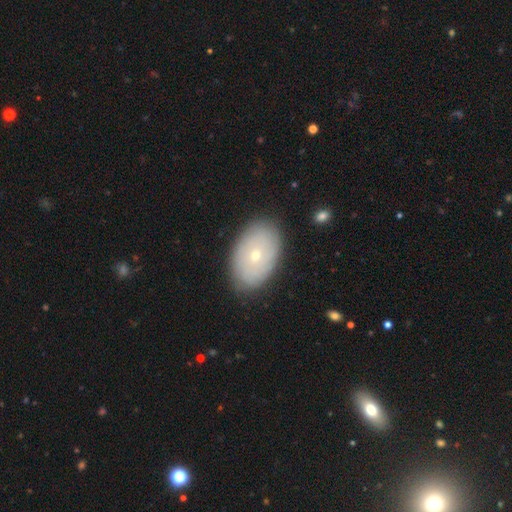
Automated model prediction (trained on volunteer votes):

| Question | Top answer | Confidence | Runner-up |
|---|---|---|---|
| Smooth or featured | smooth | 54% | featured or disk (39%) |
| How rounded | in between | 89% | round (10%) |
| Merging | none | 85% | minor disturbance (11%) |